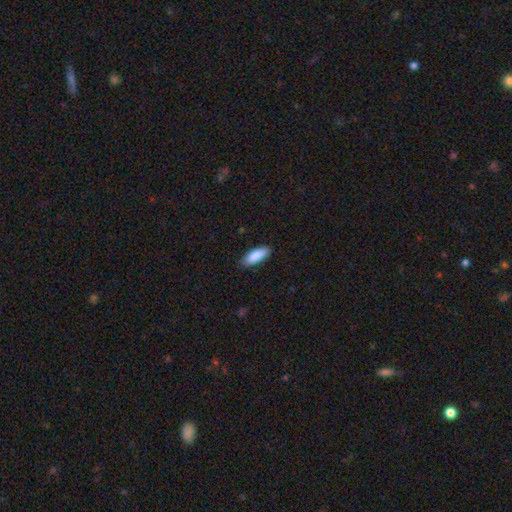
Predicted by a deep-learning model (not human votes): Smooth or featured? smooth (89%)
How rounded? in between (70%)
Merging? none (84%)